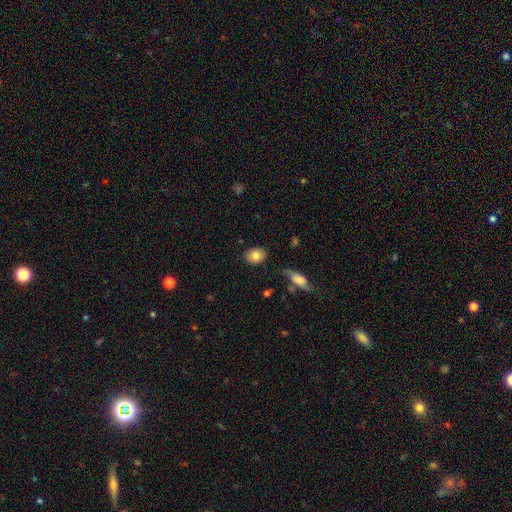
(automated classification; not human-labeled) A smooth galaxy with no disk features (81%) that is in between round and cigar-shaped (59%).

Vote fractions:
- Smooth or featured? smooth: 81% / featured or disk: 12% / star or artifact: 8%
- How rounded? in between: 59% / round: 40% / cigar-shaped: 1%
- Merging? none: 84% / minor disturbance: 10% / major disturbance: 3% / merger: 2%